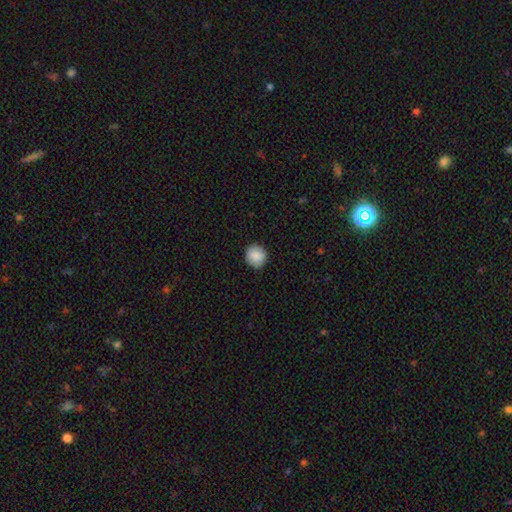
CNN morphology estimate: Smooth or featured? smooth (87%)
How rounded? round (89%)
Merging? none (89%)